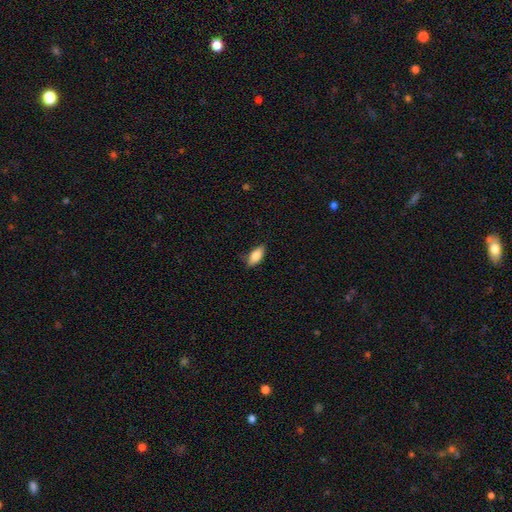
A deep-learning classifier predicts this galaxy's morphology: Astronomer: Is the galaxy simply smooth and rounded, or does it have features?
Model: smooth — 81%.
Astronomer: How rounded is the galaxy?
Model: in between — 85%.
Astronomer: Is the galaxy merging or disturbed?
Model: none — 80%.